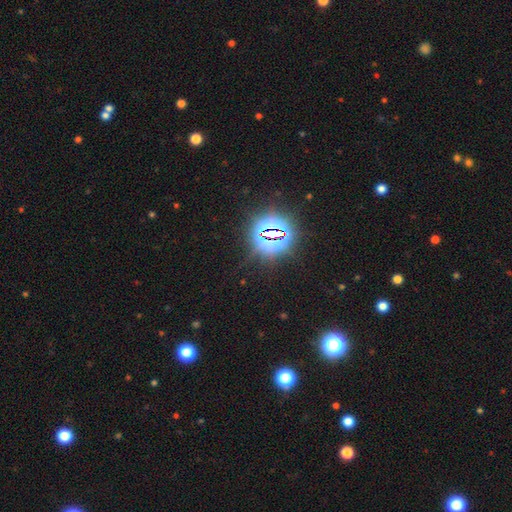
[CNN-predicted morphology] smooth_or_featured: star or artifact (p=0.81) [alt: smooth p=0.13]